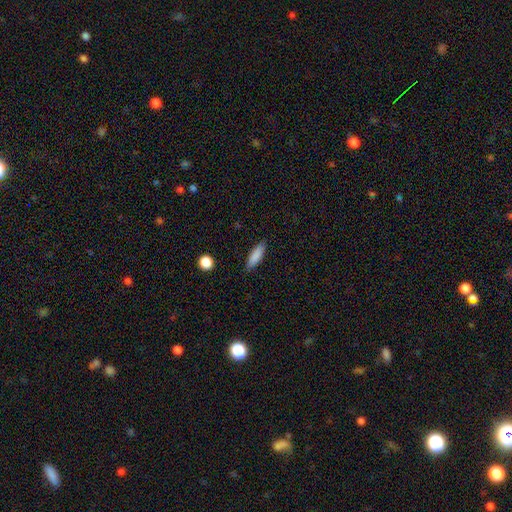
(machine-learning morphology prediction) Q: Smooth or featured?
A: smooth (85%); runner-up: featured or disk (8%)
Q: How rounded?
A: cigar-shaped (58%); runner-up: in between (41%)
Q: Merging?
A: none (86%); runner-up: minor disturbance (10%)